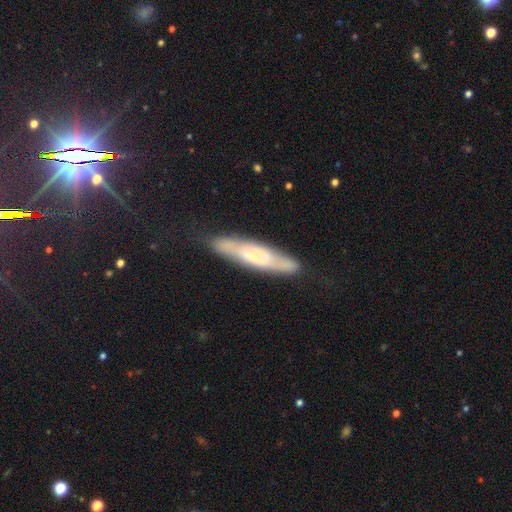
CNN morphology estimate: Smooth or featured?
  - featured or disk: 52% *
  - smooth: 41%
  - star or artifact: 7%
Edge-on disk?
  - yes: 59% *
  - no: 41%
Merging?
  - none: 78% *
  - minor disturbance: 16%
  - major disturbance: 4%
  - merger: 2%